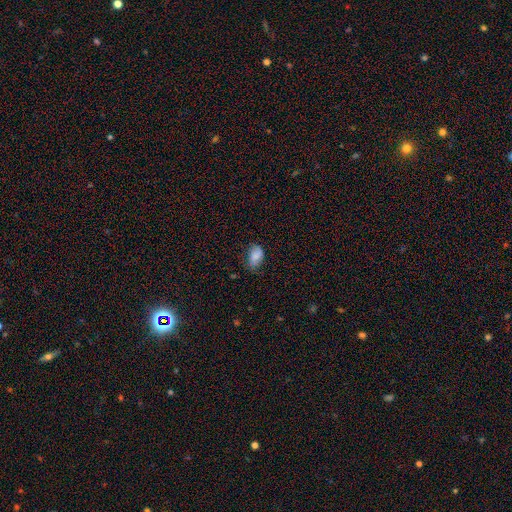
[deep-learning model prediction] smooth_or_featured: smooth (p=0.77) [alt: featured or disk p=0.15]
how_rounded: in between (p=0.86) [alt: round p=0.12]
merging: none (p=0.57) [alt: minor disturbance p=0.32]